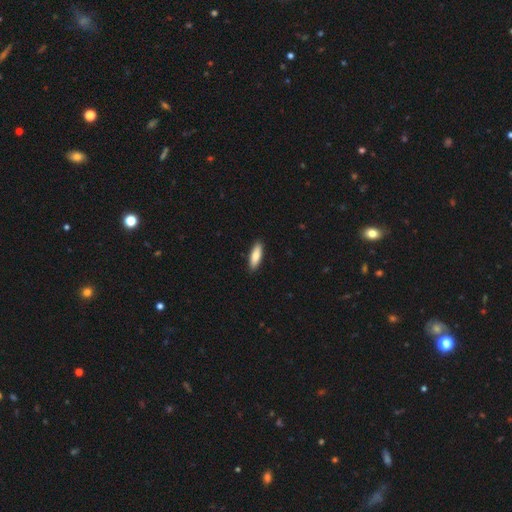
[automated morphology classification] Smooth or featured? Predicted: smooth (p=0.79). How rounded? Predicted: in between (p=0.53). Merging? Predicted: none (p=0.90).